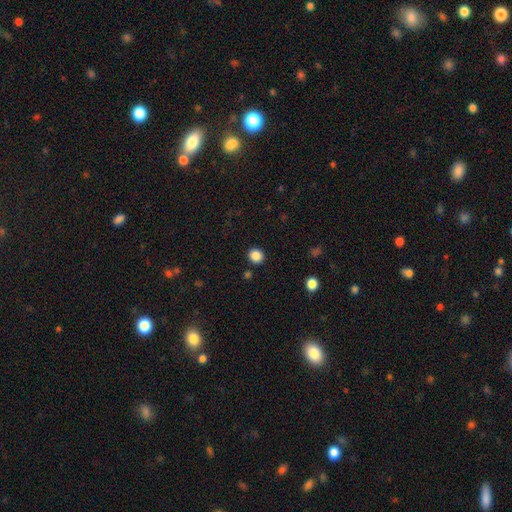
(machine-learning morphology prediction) A smooth galaxy with no disk features (87%) that is round (81%).

Vote fractions:
- Smooth or featured? smooth: 87% / star or artifact: 10% / featured or disk: 3%
- How rounded? round: 81% / in between: 18% / cigar-shaped: 1%
- Merging? none: 90% / minor disturbance: 6% / major disturbance: 2% / merger: 2%